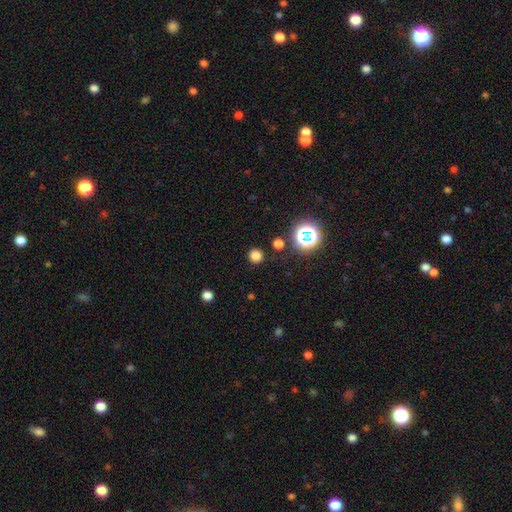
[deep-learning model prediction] Smooth or featured? smooth (76%)
How rounded? round (93%)
Merging? none (89%)